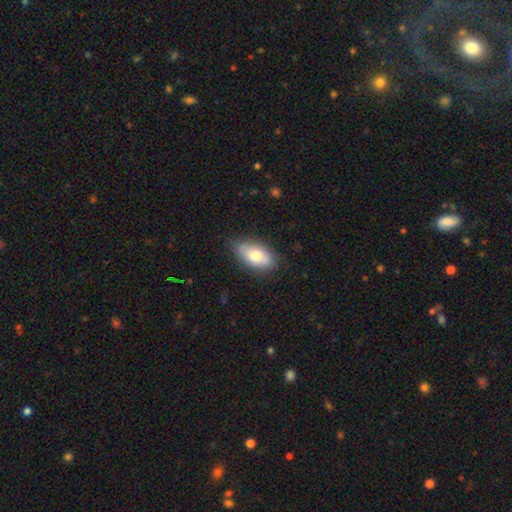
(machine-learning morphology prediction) smooth_or_featured: smooth (p=0.70) [alt: featured or disk p=0.23]
how_rounded: in between (p=0.90) [alt: cigar-shaped p=0.05]
merging: none (p=0.73) [alt: minor disturbance p=0.21]